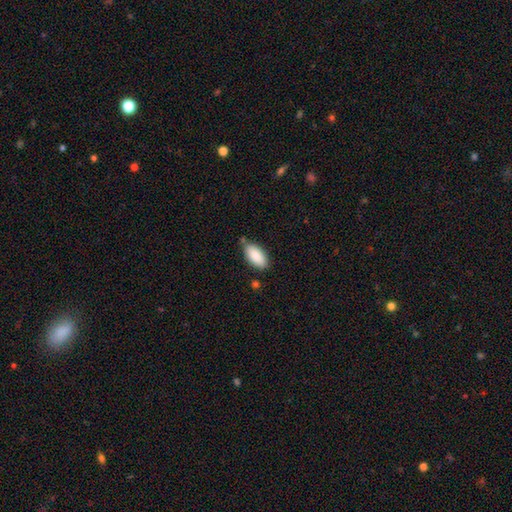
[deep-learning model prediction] smooth-or-featured: smooth: 89% | star or artifact: 6% | featured or disk: 4%
  how-rounded: in between: 92% | cigar-shaped: 6% | round: 2%
  merging: none: 72% | minor disturbance: 18% | merger: 5% | major disturbance: 4%